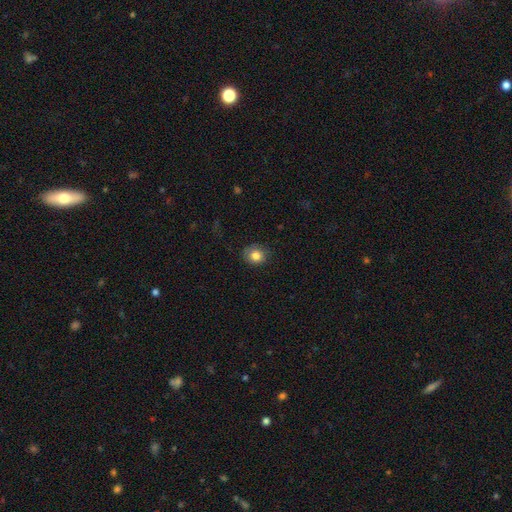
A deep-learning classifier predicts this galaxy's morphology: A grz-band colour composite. It shows a smooth galaxy with no disk features (82%) that is round (71%). Merging: none (81%).